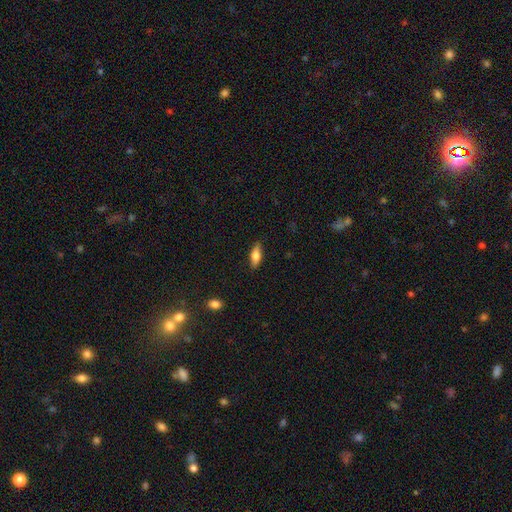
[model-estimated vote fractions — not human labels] Smooth or featured? smooth (68%)
How rounded? in between (69%)
Merging? none (86%)